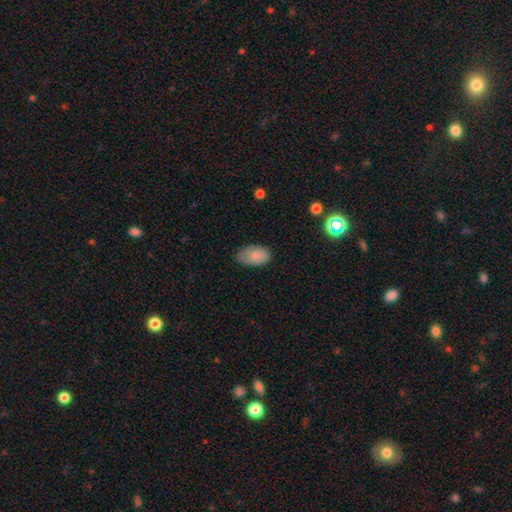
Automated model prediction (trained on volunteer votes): A smooth galaxy with no disk features (82%) that is in between round and cigar-shaped (93%).

Vote fractions:
- Smooth or featured? smooth: 82% / featured or disk: 11% / star or artifact: 7%
- How rounded? in between: 93% / round: 5% / cigar-shaped: 1%
- Merging? none: 73% / minor disturbance: 22% / major disturbance: 4% / merger: 1%